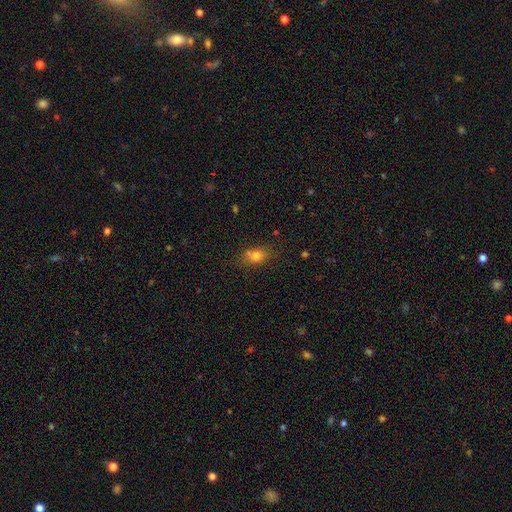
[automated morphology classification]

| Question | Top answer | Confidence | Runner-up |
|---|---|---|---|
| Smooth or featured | smooth | 75% | star or artifact (15%) |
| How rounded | in between | 61% | round (37%) |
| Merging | none | 69% | minor disturbance (17%) |